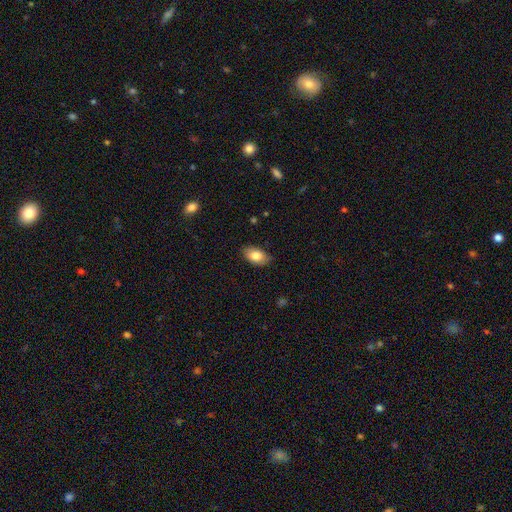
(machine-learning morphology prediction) Overall: smooth (83%). How rounded: in between (92%). Merging: none (79%).